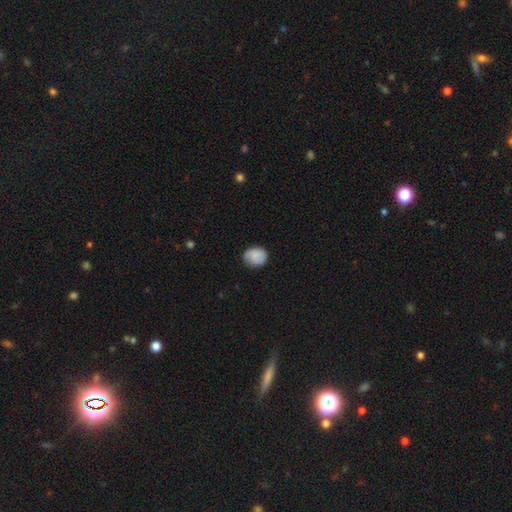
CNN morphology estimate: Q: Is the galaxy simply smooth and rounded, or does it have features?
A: smooth — 79%.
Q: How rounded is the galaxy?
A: round — 62%.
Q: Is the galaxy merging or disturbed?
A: none — 76%.